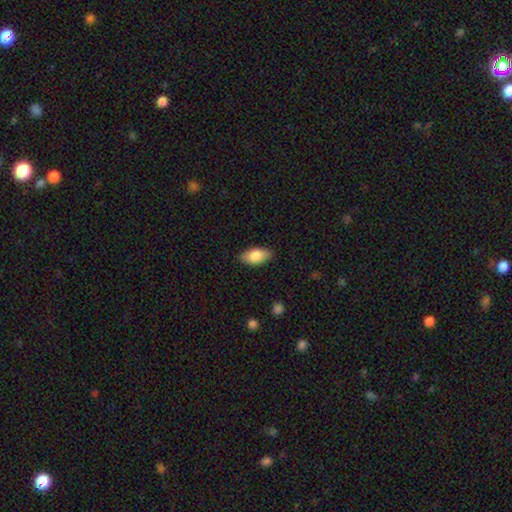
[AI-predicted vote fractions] The model was most divided on "smooth or featured": smooth: 83%, featured or disk: 11%, star or artifact: 6%. More confident: how rounded — in between (92%); merging — none (87%).